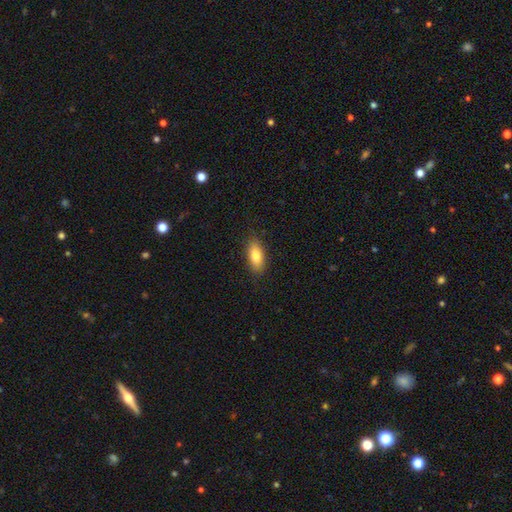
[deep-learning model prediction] A smooth galaxy with no disk features (83%) that is in between round and cigar-shaped (81%).

Vote fractions:
- Smooth or featured? smooth: 83% / featured or disk: 11% / star or artifact: 7%
- How rounded? in between: 81% / cigar-shaped: 16% / round: 3%
- Merging? none: 86% / minor disturbance: 10% / major disturbance: 2% / merger: 1%